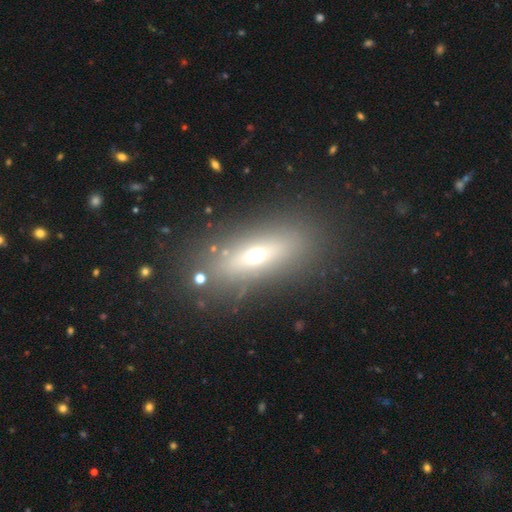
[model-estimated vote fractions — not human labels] A smooth galaxy with no disk features (51%) that is in between round and cigar-shaped (59%). Merging: none (80%).